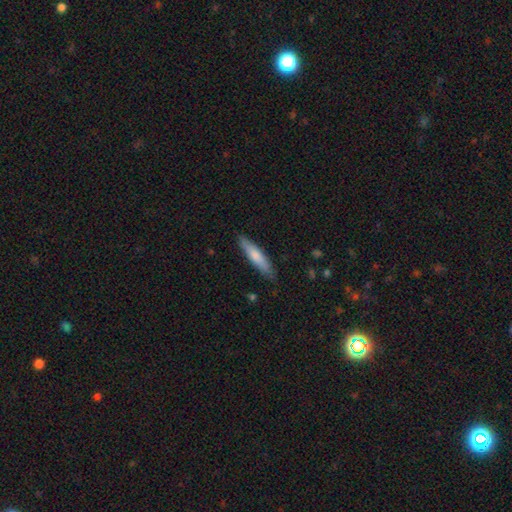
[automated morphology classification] This is likely a smooth galaxy (72%). How rounded: clearly cigar-shaped (83%). Merging: clearly none (85%).